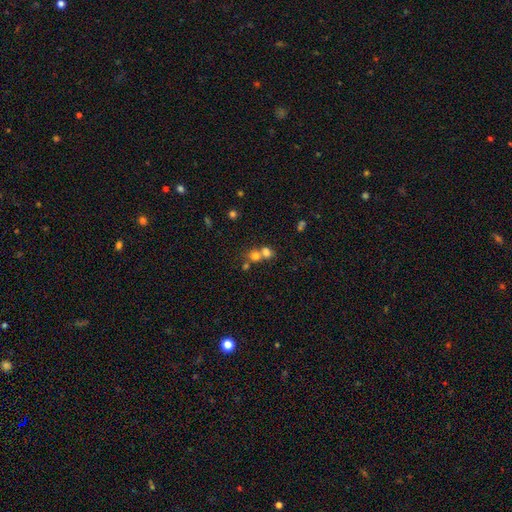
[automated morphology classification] smooth 72%, star or artifact 16%, featured or disk 13%. Down the decision tree: how rounded — round (78%); merging — merger (58%).